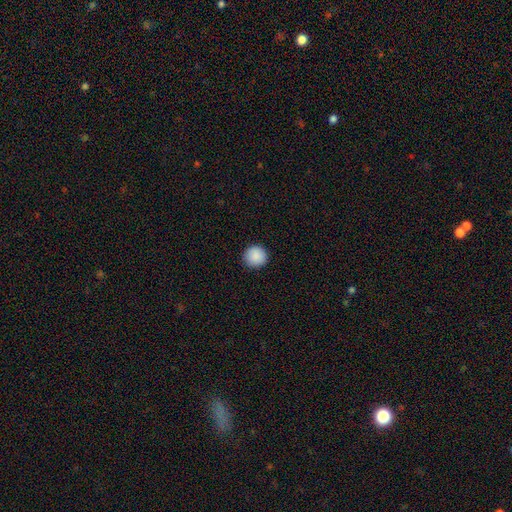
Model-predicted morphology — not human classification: Q: Smooth or featured?
A: smooth (90%); runner-up: star or artifact (8%)
Q: How rounded?
A: round (94%); runner-up: in between (5%)
Q: Merging?
A: none (92%); runner-up: minor disturbance (5%)